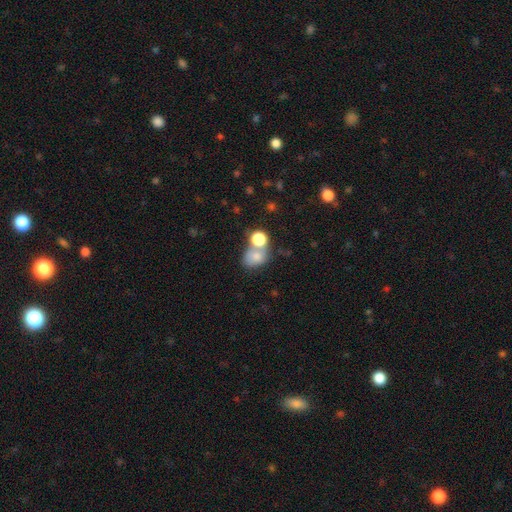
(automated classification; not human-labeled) Smooth or featured?
  - smooth: 76% *
  - star or artifact: 12%
  - featured or disk: 12%
How rounded?
  - round: 50% *
  - in between: 48%
  - cigar-shaped: 1%
Merging?
  - merger: 47% *
  - none: 35%
  - minor disturbance: 11%
  - major disturbance: 7%